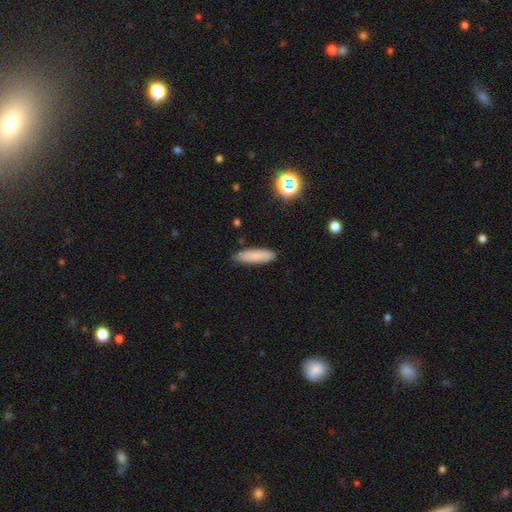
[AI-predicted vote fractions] smooth 83%, featured or disk 9%, star or artifact 8%. Down the decision tree: how rounded — cigar-shaped (64%); merging — none (86%).